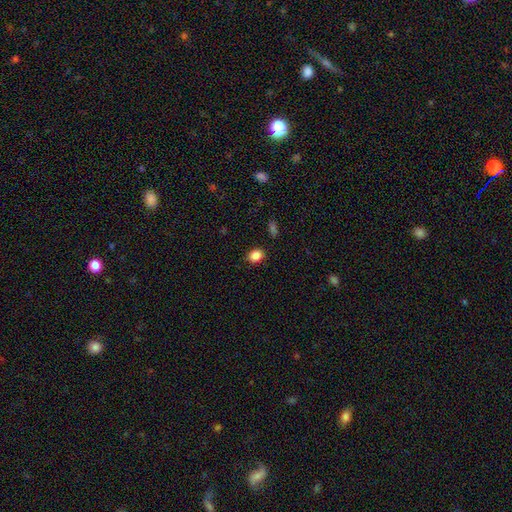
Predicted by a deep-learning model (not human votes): Smooth or featured? smooth (87%)
How rounded? in between (54%)
Merging? none (87%)